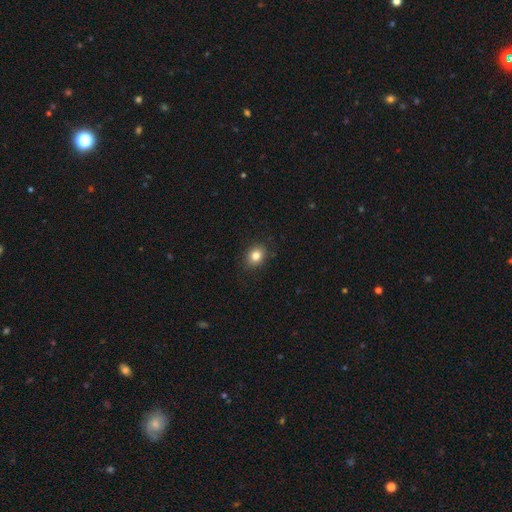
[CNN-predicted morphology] Overall: smooth (83%). How rounded: round (53%; in between 46%). Merging: none (87%).